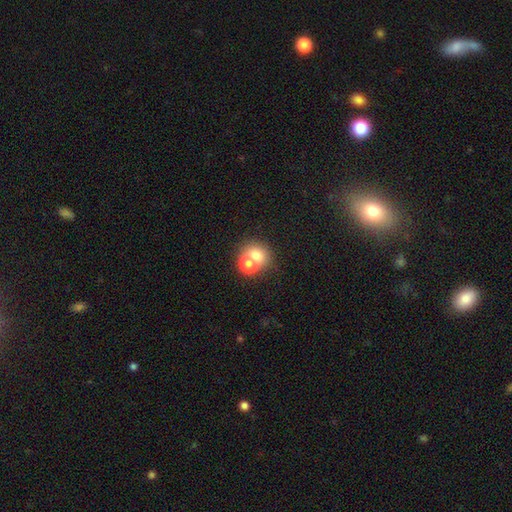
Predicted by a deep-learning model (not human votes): Morphology: type=smooth (70%); roundness=round (74%); merging=merger (57%).